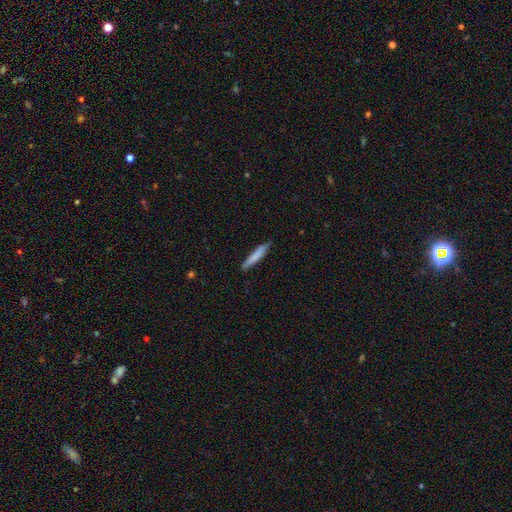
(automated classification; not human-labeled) smooth-or-featured: smooth: 78% | featured or disk: 17% | star or artifact: 6%
  how-rounded: cigar-shaped: 92% | in between: 7% | round: 1%
  merging: none: 82% | minor disturbance: 14% | major disturbance: 2% | merger: 1%